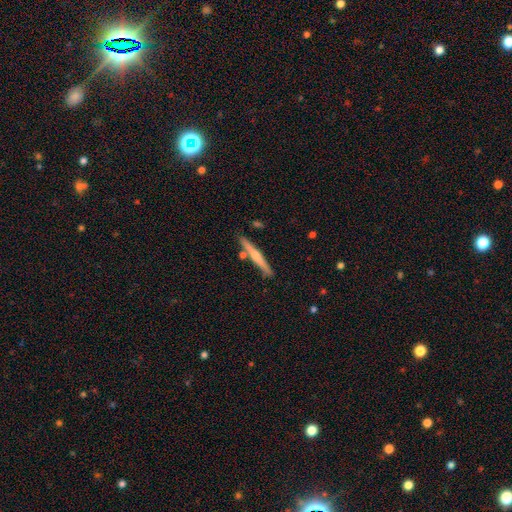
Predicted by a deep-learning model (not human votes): A featured or disk galaxy (54%) viewed edge-on (97%) with a rounded central bulge (74%).

Vote fractions:
- Smooth or featured? featured or disk: 54% / smooth: 40% / star or artifact: 6%
- Edge-on disk? yes: 97% / no: 3%
- Edge-on bulge? rounded: 74% / none: 20% / boxy: 6%
- Merging? none: 83% / minor disturbance: 9% / merger: 6% / major disturbance: 2%